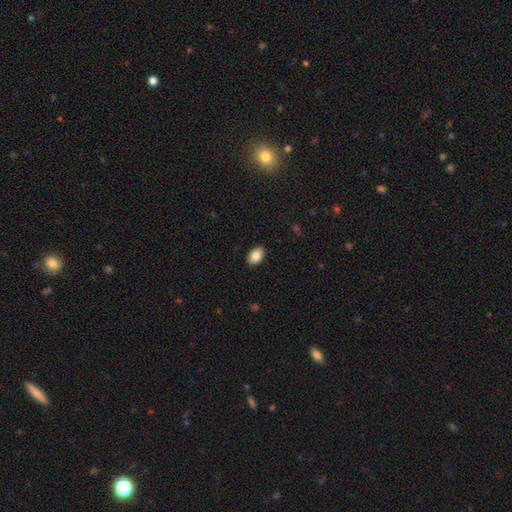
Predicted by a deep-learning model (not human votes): Smooth or featured? Predicted: smooth (p=0.86). How rounded? Predicted: in between (p=0.88). Merging? Predicted: none (p=0.89).